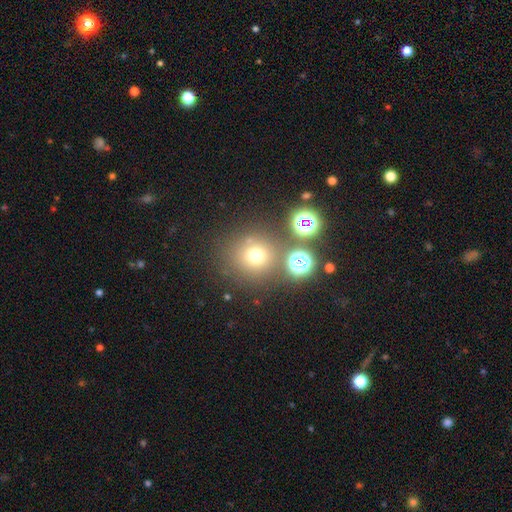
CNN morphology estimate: smooth 68%, star or artifact 23%, featured or disk 9%. Down the decision tree: how rounded — round (91%); merging — none (75%).